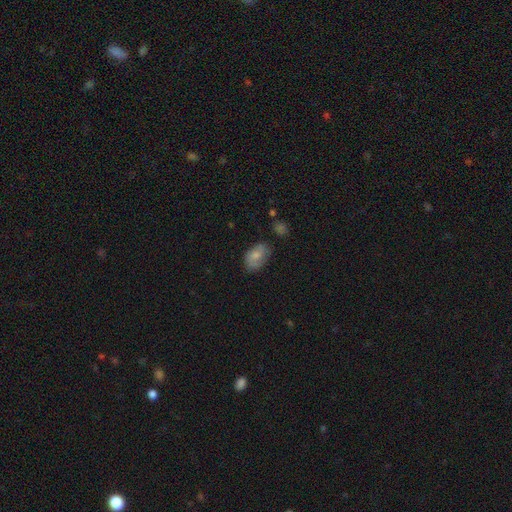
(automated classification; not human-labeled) Smooth or featured?
  - smooth: 69% *
  - featured or disk: 23%
  - star or artifact: 8%
How rounded?
  - in between: 88% *
  - round: 11%
  - cigar-shaped: 1%
Merging?
  - none: 64% *
  - minor disturbance: 25%
  - major disturbance: 7%
  - merger: 3%